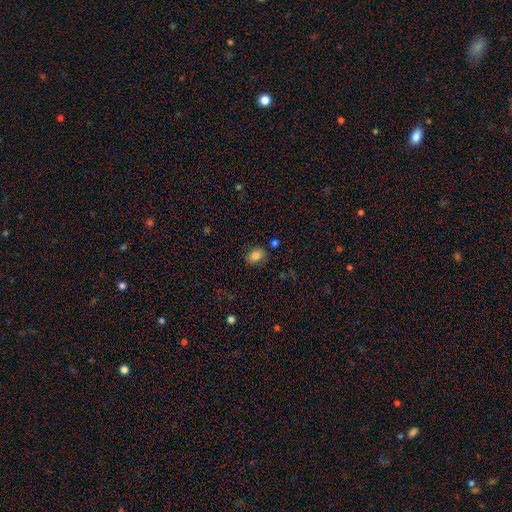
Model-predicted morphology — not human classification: A smooth galaxy with no disk features (83%) that is in between round and cigar-shaped (72%). Merging: none (81%).